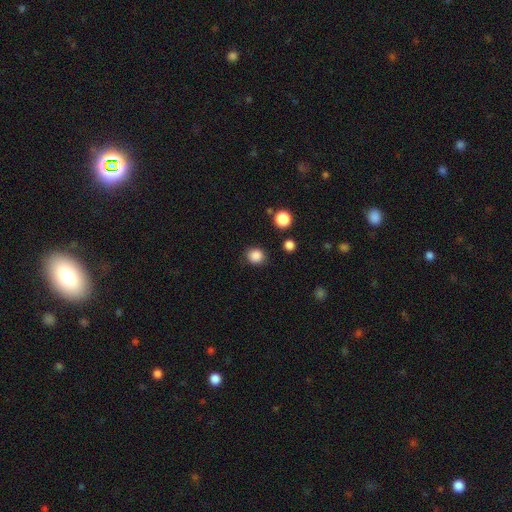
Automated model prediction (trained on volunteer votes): This appears to be a smooth galaxy with no disk features (86%) that is round (86%). Merging: none (86%).